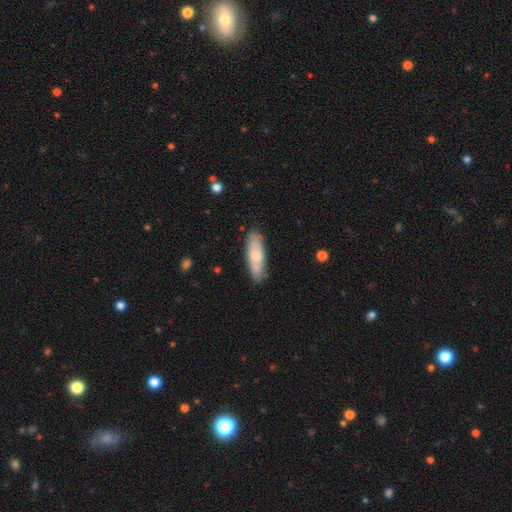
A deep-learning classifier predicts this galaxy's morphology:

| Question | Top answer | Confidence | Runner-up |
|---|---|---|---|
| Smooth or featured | smooth | 61% | featured or disk (34%) |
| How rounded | in between | 58% | cigar-shaped (40%) |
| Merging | none | 81% | minor disturbance (15%) |